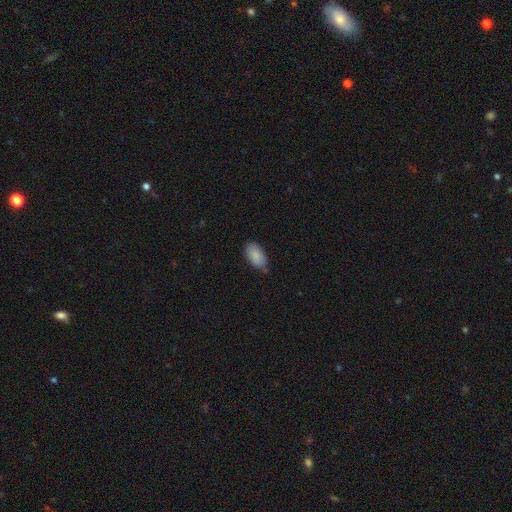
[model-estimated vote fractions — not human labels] Smooth or featured?
  - smooth: 87% *
  - star or artifact: 7%
  - featured or disk: 6%
How rounded?
  - in between: 94% *
  - round: 3%
  - cigar-shaped: 2%
Merging?
  - none: 70% *
  - minor disturbance: 25%
  - major disturbance: 4%
  - merger: 2%